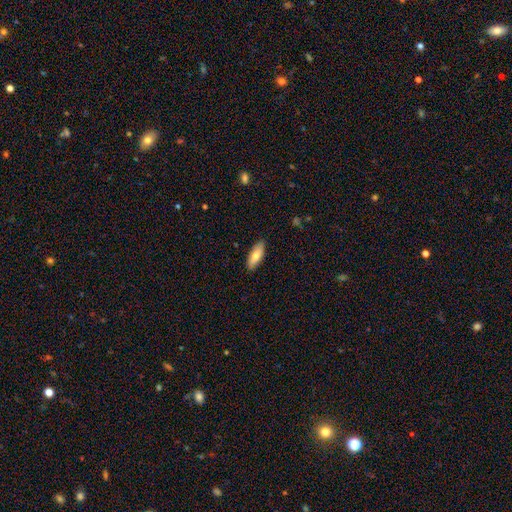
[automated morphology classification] type=smooth (74%); roundness=in between (71%); merging=none (88%).